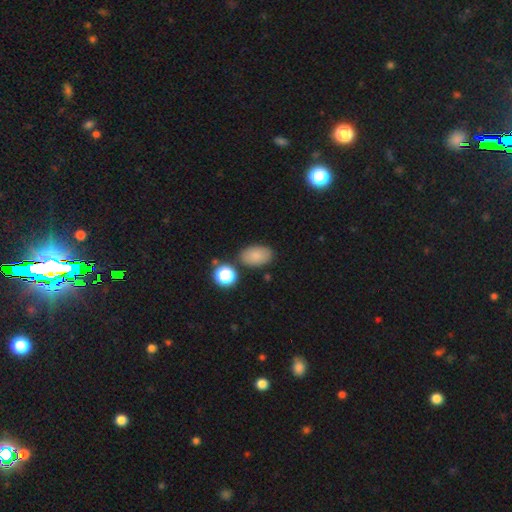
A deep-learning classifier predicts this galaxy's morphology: Overall: smooth (83%). How rounded: in between (90%). Merging: none (79%).